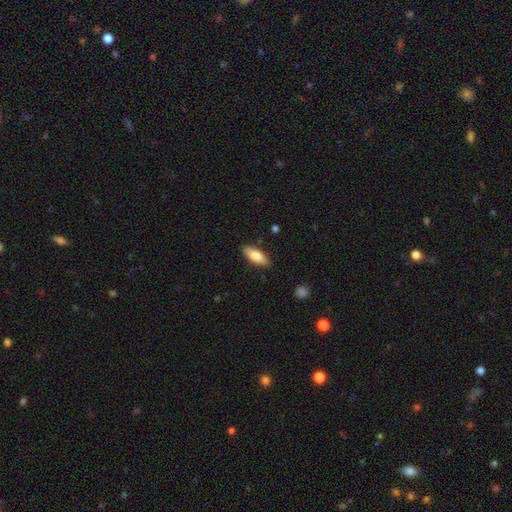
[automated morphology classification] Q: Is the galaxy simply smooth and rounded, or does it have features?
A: smooth — 79%.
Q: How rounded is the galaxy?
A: in between — 71%.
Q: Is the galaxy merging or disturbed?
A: none — 86%.